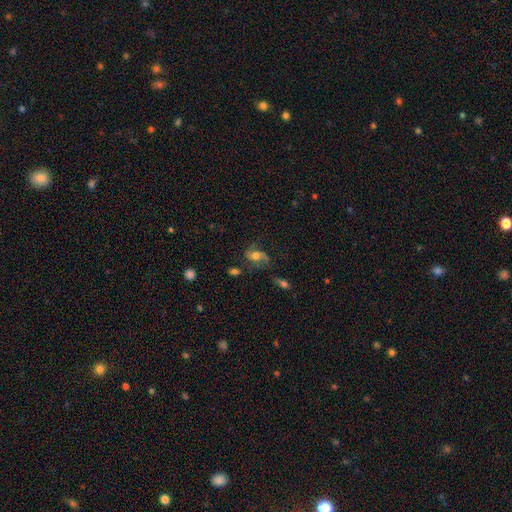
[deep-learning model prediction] A featured or disk galaxy (67%) with no bar (60%), 2 (86%) loose (49%) spiral arms (90%) and a moderate central bulge (63%). Merging: none (60%).